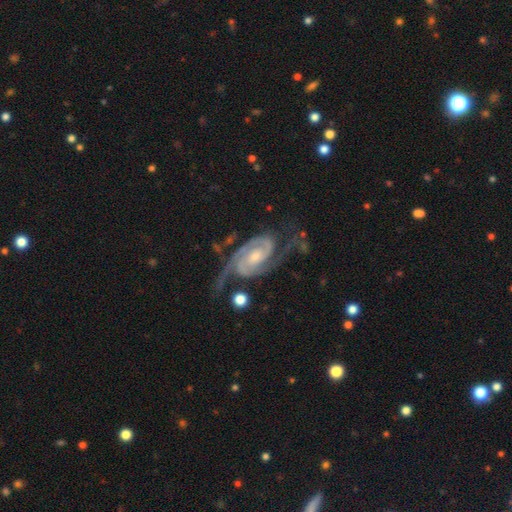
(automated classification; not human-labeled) Smooth or featured? featured or disk (92%)
Edge-on disk? no (97%)
Bar? no (51%)
Spiral arms? yes (98%)
Spiral winding? tight (48%)
Spiral arm count? 2 (85%)
Bulge size? small (51%)
Merging? none (61%)